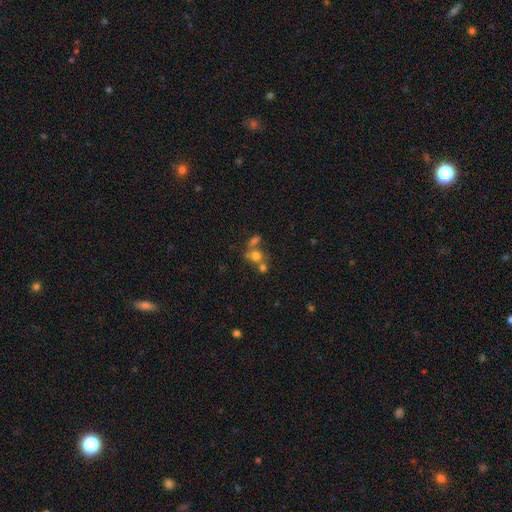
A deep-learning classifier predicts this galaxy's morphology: The model was most divided on "merging": merger: 47%, none: 38%, minor disturbance: 9%, major disturbance: 6%. More confident: how rounded — round (72%); smooth or featured — smooth (65%).